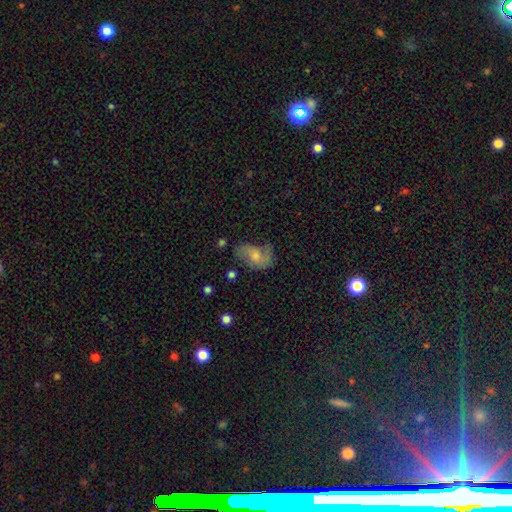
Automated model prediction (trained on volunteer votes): A featured or disk galaxy (55%) with no bar (61%), spiral arms (85%) and a moderate central bulge (46%).

Vote fractions:
- Smooth or featured? featured or disk: 55% / smooth: 37% / star or artifact: 8%
- Edge-on disk? no: 96% / yes: 4%
- Bar? no: 61% / weak: 33% / strong: 6%
- Spiral arms? yes: 85% / no: 15%
- Bulge size? moderate: 46% / small: 32% / none: 11% / large: 9% / dominant: 2%
- Merging? none: 52% / minor disturbance: 27% / major disturbance: 18% / merger: 3%